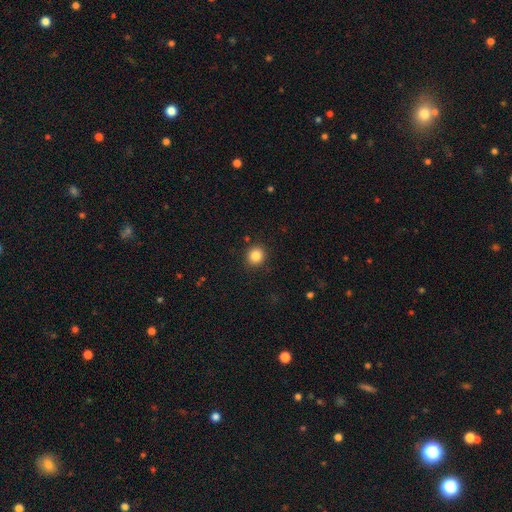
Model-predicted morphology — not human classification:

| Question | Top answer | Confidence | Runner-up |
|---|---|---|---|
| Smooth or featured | smooth | 85% | star or artifact (10%) |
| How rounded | round | 86% | in between (13%) |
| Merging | none | 90% | minor disturbance (7%) |